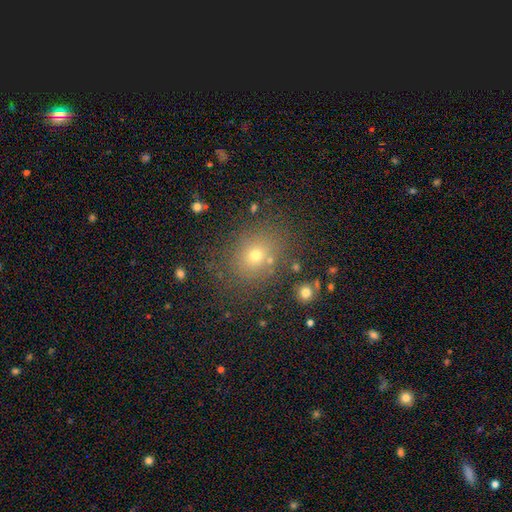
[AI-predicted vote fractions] Smooth or featured: smooth — 68% (star or artifact — 20%)
How rounded: round — 58% (in between — 41%)
Merging: none — 78% (minor disturbance — 12%)